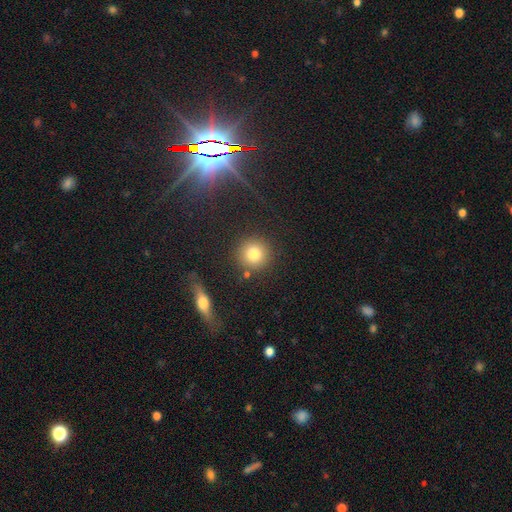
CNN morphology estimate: Smooth or featured? smooth (77%)
How rounded? round (92%)
Merging? none (86%)